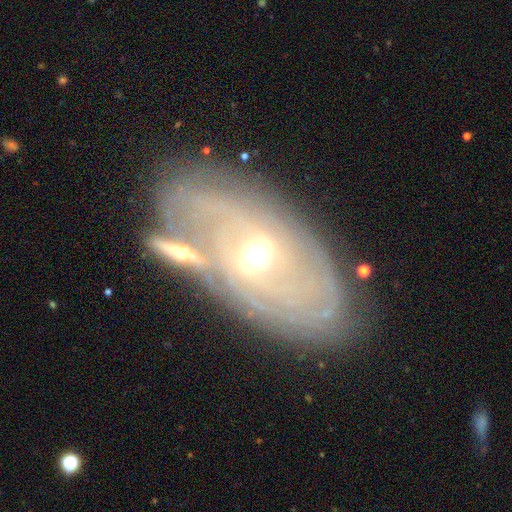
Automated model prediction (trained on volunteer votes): Overall: featured or disk (80%). Edge-on disk: no (87%). Bar: no (45%; weak 37%). Spiral arms: yes (79%). Spiral arm count: can't tell (41%; 2 31%). Spiral winding: tight (58%; medium 27%). Bulge size: moderate (67%). Merging: none (48%; merger 27%).